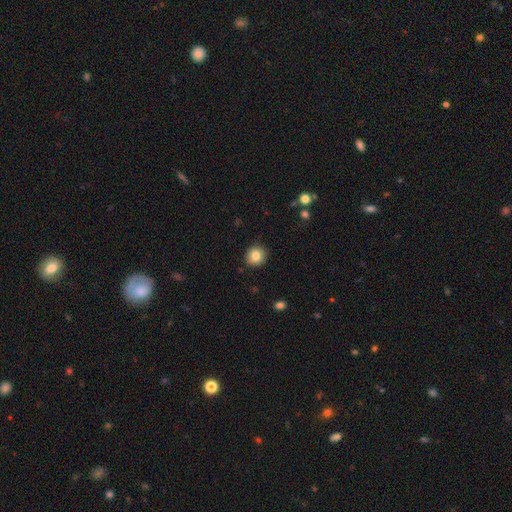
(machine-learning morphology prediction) smooth-or-featured: smooth: 83% | star or artifact: 9% | featured or disk: 7%
  how-rounded: round: 89% | in between: 10% | cigar-shaped: 1%
  merging: none: 89% | minor disturbance: 8% | major disturbance: 2% | merger: 1%